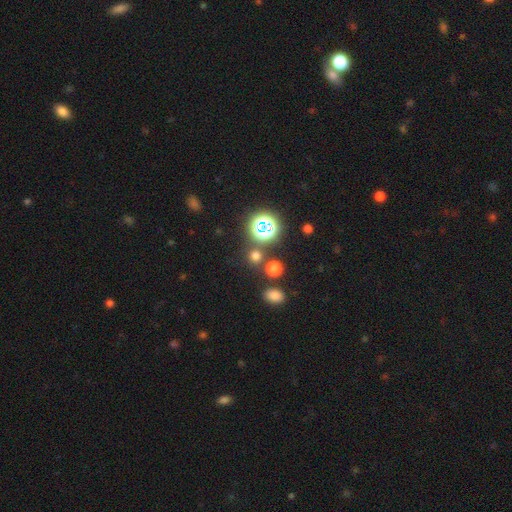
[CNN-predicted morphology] This is likely a smooth galaxy (61%). How rounded: clearly round (90%). Merging: clearly none (80%).